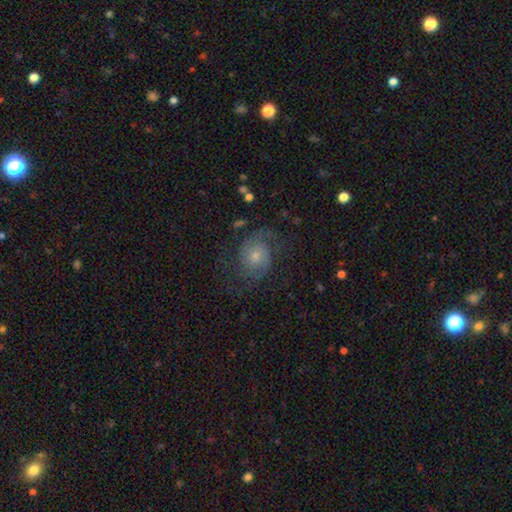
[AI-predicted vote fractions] smooth_or_featured: featured or disk (p=0.76) [alt: smooth p=0.16]
disk_edge_on: no (p=0.98) [alt: yes p=0.02]
bar: no (p=0.72) [alt: weak p=0.24]
has_spiral_arms: yes (p=0.94) [alt: no p=0.06]
spiral_winding: medium (p=0.49) [alt: tight p=0.27]
spiral_arm_count: 2 (p=0.75) [alt: can't tell p=0.10]
bulge_size: small (p=0.49) [alt: moderate p=0.41]
merging: none (p=0.65) [alt: minor disturbance p=0.18]